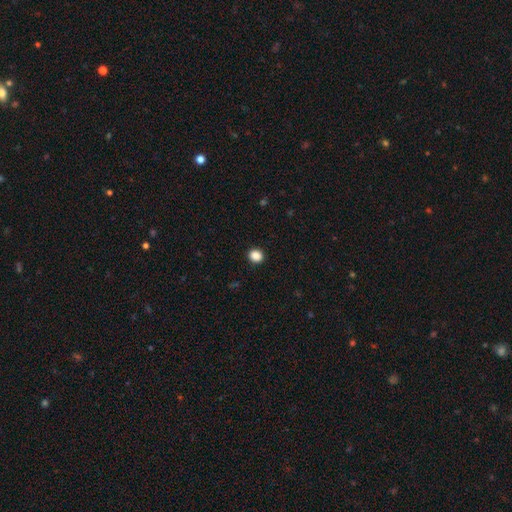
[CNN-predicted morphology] A smooth galaxy with no disk features (87%) that is round (78%). Merging: none (92%).